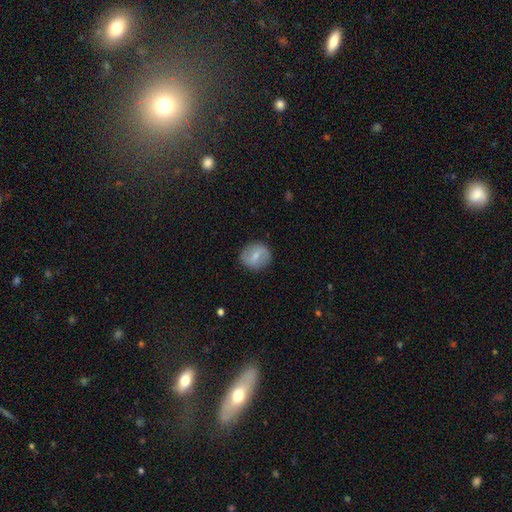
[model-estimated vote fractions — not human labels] This appears to be a featured or disk galaxy (47%). Merging: none (85%).